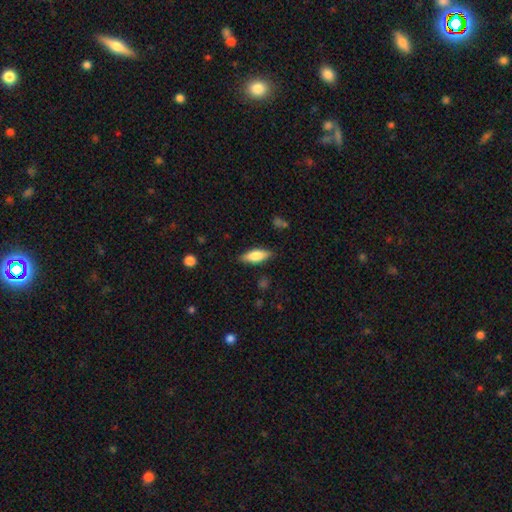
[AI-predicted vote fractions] This appears to be a smooth galaxy with no disk features (70%) that is in between round and cigar-shaped (64%). Merging: none (84%).